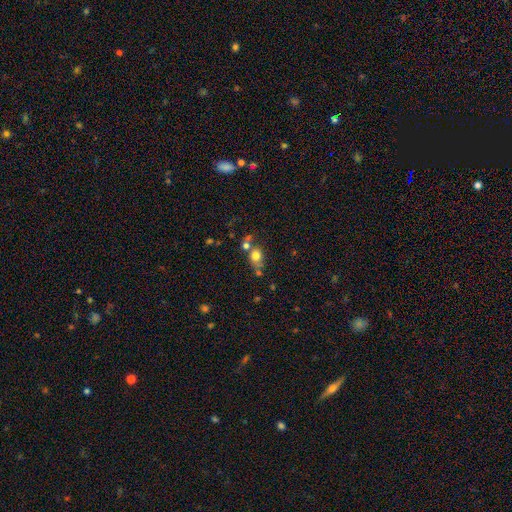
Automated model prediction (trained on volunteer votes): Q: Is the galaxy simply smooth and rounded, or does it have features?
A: smooth — 75%.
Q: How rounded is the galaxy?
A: round — 68%.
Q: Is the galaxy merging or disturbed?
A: none — 49%.